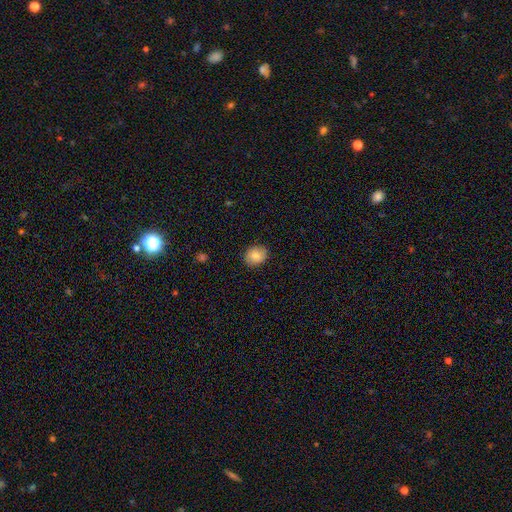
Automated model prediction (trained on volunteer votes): This is likely a smooth galaxy (79%). How rounded: likely round (65%). Merging: clearly none (87%).